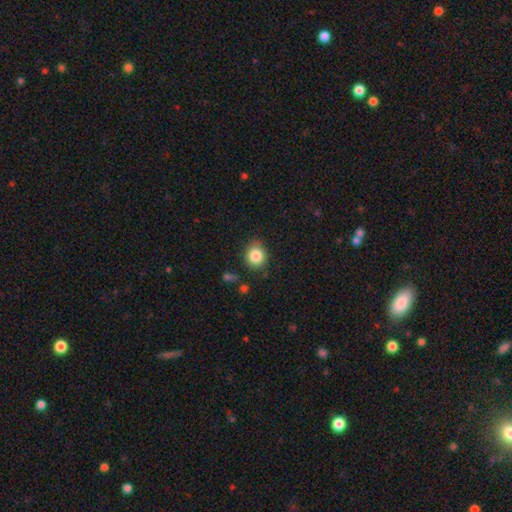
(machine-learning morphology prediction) This is clearly a smooth galaxy (85%). How rounded: likely round (71%). Merging: clearly none (82%).